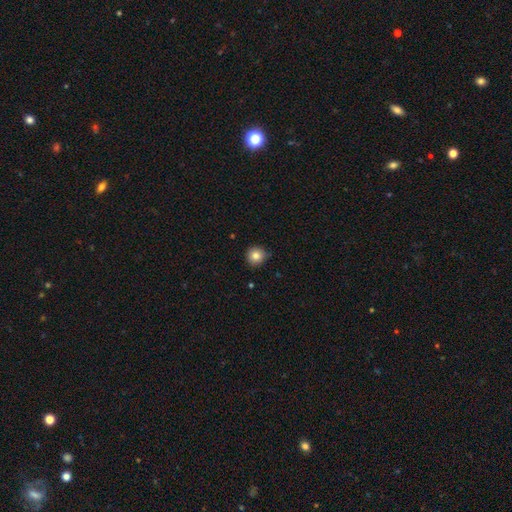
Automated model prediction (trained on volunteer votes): A smooth galaxy with no disk features (82%) that is round (94%).

Vote fractions:
- Smooth or featured? smooth: 82% / star or artifact: 11% / featured or disk: 7%
- How rounded? round: 94% / in between: 5% / cigar-shaped: 1%
- Merging? none: 82% / minor disturbance: 15% / major disturbance: 2% / merger: 1%